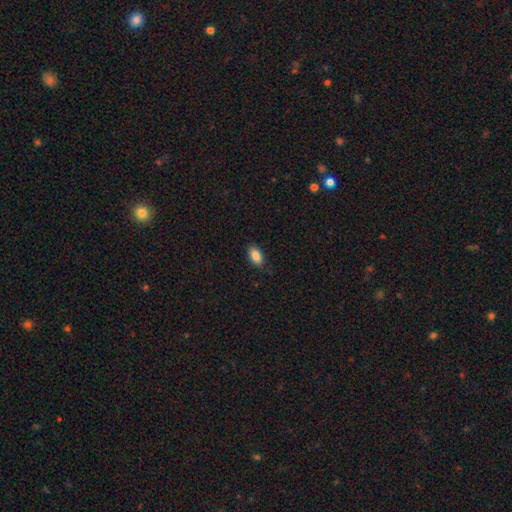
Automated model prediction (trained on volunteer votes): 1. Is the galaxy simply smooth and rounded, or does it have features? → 86% smooth, 8% star or artifact, 6% featured or disk.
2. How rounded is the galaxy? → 91% in between, 5% round, 4% cigar-shaped.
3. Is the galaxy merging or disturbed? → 84% none, 13% minor disturbance, 2% major disturbance, 1% merger.